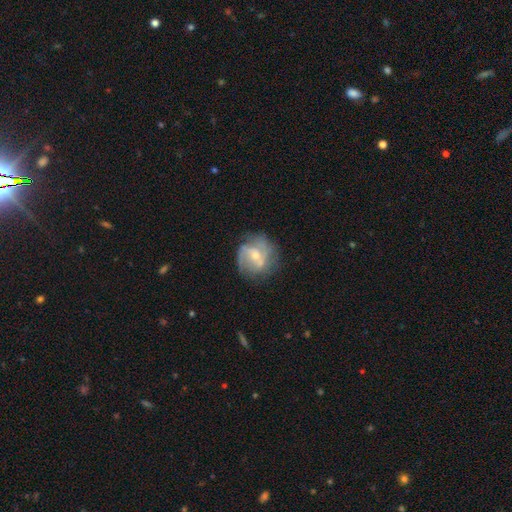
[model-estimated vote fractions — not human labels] Smooth or featured: featured or disk — 71% (smooth — 22%)
Edge-on disk: no — 98% (yes — 2%)
Bar: no — 52% (weak — 39%)
Spiral arms: yes — 80% (no — 20%)
Spiral winding: medium — 43% (tight — 36%)
Spiral arm count: 2 — 45% (can't tell — 27%)
Bulge size: small — 49% (moderate — 46%)
Merging: none — 62% (minor disturbance — 22%)